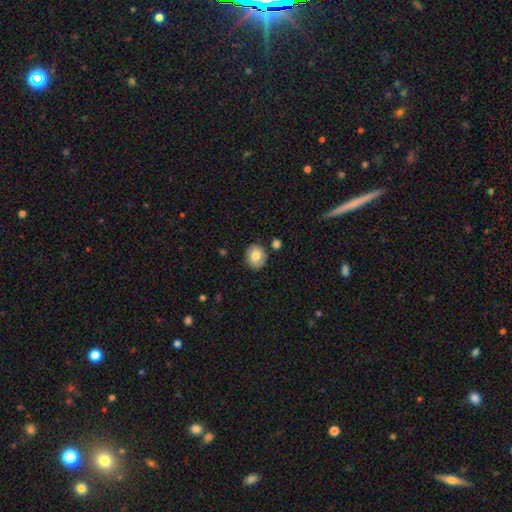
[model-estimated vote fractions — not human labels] Smooth or featured?
  - smooth: 75% *
  - featured or disk: 17%
  - star or artifact: 8%
How rounded?
  - round: 76% *
  - in between: 23%
  - cigar-shaped: 1%
Merging?
  - none: 84% *
  - minor disturbance: 10%
  - merger: 4%
  - major disturbance: 2%